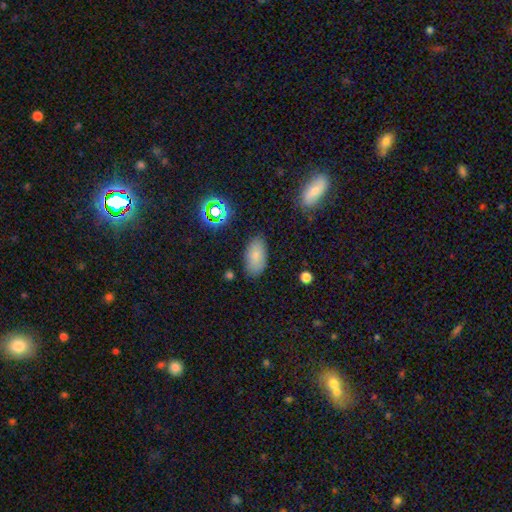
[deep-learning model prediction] Q: Smooth or featured?
A: smooth (78%); runner-up: star or artifact (12%)
Q: How rounded?
A: in between (93%); runner-up: round (4%)
Q: Merging?
A: none (81%); runner-up: minor disturbance (14%)